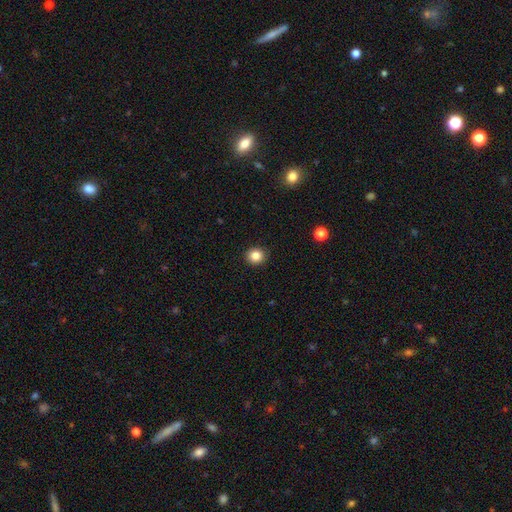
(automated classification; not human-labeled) smooth 85%, star or artifact 11%, featured or disk 5%. Down the decision tree: how rounded — round (85%); merging — none (91%).